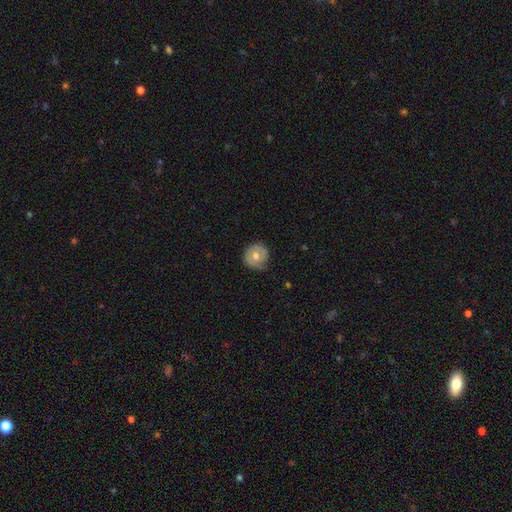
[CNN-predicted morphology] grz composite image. It shows a smooth galaxy with no disk features (55%) that is round (89%). Merging: none (73%).